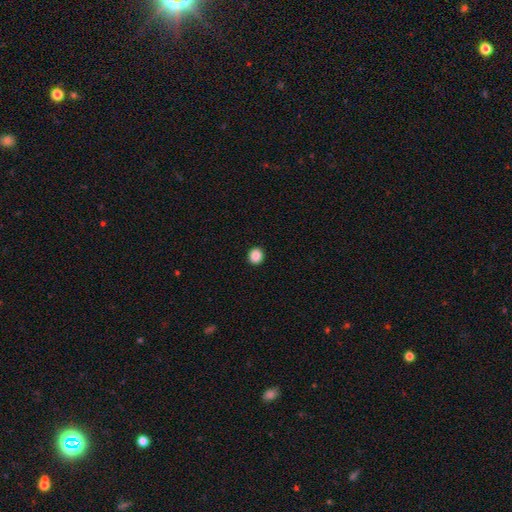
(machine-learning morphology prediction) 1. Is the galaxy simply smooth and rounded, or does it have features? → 88% smooth, 9% star or artifact, 2% featured or disk.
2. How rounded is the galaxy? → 87% round, 12% in between, 1% cigar-shaped.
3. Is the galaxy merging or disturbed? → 93% none, 4% minor disturbance, 2% major disturbance, 1% merger.